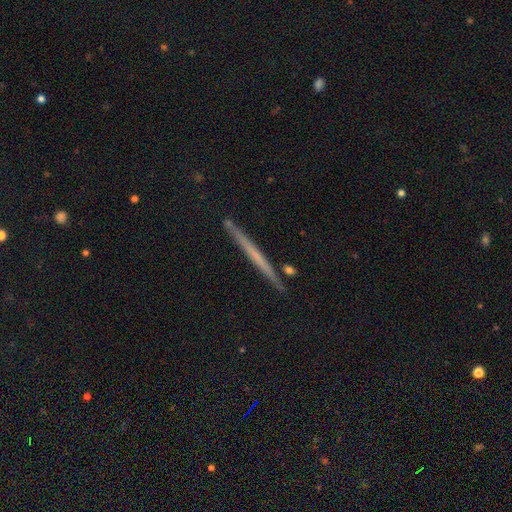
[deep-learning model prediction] A featured or disk galaxy (49%).

Vote fractions:
- Smooth or featured? featured or disk: 49% / smooth: 41% / star or artifact: 9%
- Merging? none: 89% / minor disturbance: 7% / merger: 2% / major disturbance: 1%